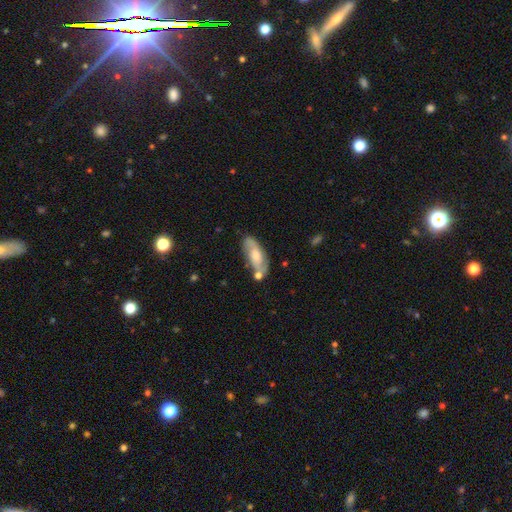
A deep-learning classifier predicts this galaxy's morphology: Smooth or featured?
  - featured or disk: 49% *
  - smooth: 45%
  - star or artifact: 6%
Merging?
  - none: 63% *
  - minor disturbance: 19%
  - merger: 13%
  - major disturbance: 5%